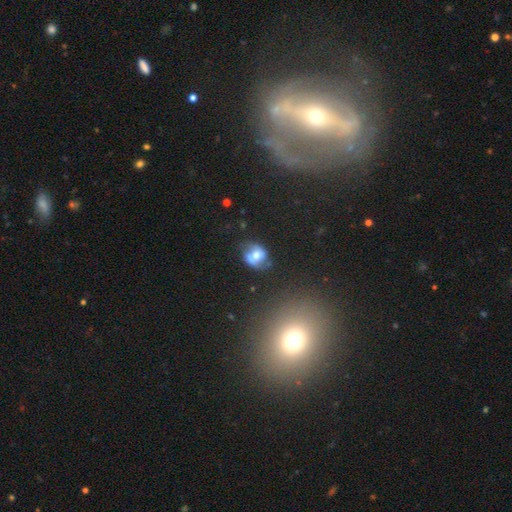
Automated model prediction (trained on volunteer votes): A featured or disk galaxy (48%). Merging: none (59%).